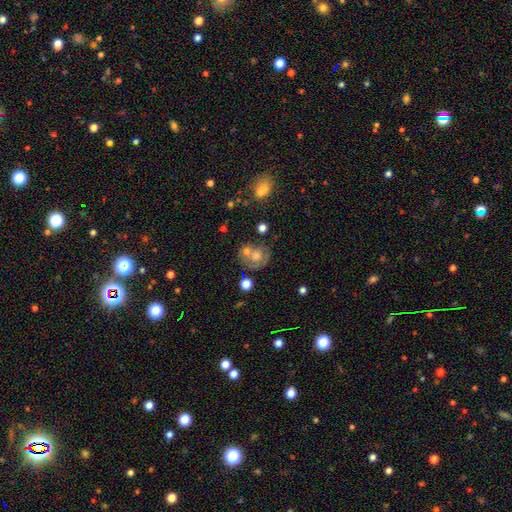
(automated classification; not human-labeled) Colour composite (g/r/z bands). It shows a smooth galaxy with no disk features (43%). Merging: none (45%).